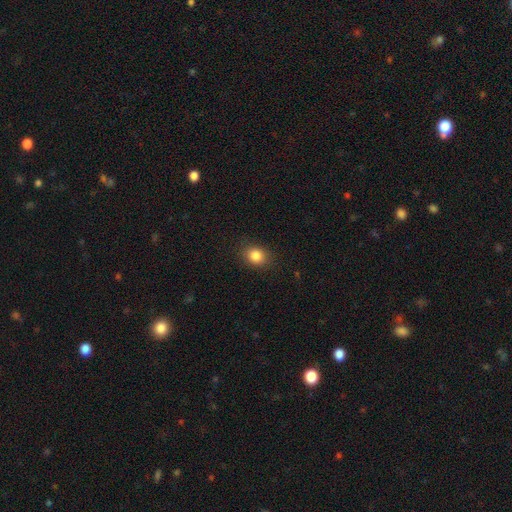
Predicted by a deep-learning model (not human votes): Smooth or featured: smooth — 84% (star or artifact — 10%)
How rounded: round — 58% (in between — 41%)
Merging: none — 86% (minor disturbance — 10%)